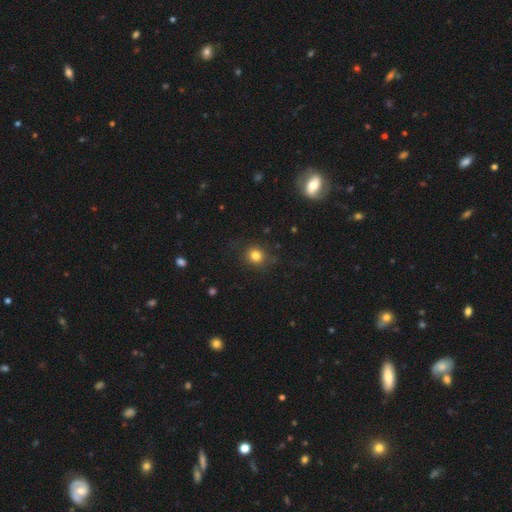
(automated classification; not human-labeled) Smooth or featured: smooth — 80% (star or artifact — 13%)
How rounded: round — 82% (in between — 17%)
Merging: none — 83% (minor disturbance — 12%)